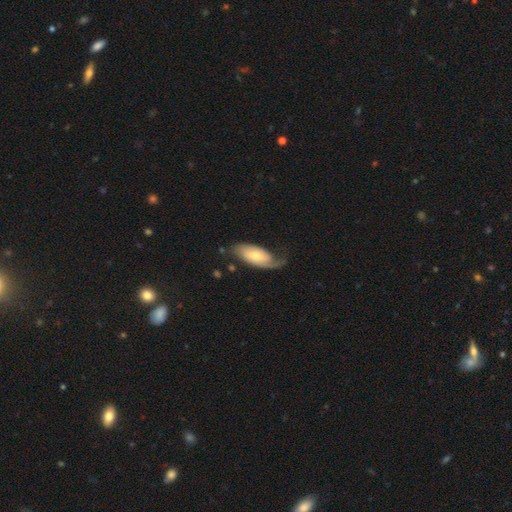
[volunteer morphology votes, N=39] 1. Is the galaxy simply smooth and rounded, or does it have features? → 62% featured or disk, 36% smooth, 3% star or artifact.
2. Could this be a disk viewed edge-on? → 79% no, 21% yes.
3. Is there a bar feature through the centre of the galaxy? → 53% no, 42% weak, 5% strong.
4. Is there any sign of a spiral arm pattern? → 79% yes, 21% no.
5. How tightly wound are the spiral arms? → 40% medium, 33% tight, 27% loose.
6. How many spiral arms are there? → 33% 1 (tied), 33% 2 (tied), 33% can't tell (tied), 0% 3, 0% 4, 0% more than 4.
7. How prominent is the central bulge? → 47% moderate (tied), 47% small (tied), 5% large, 0% dominant, 0% none.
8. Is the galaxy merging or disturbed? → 61% none, 26% minor disturbance, 13% major disturbance, 0% merger.